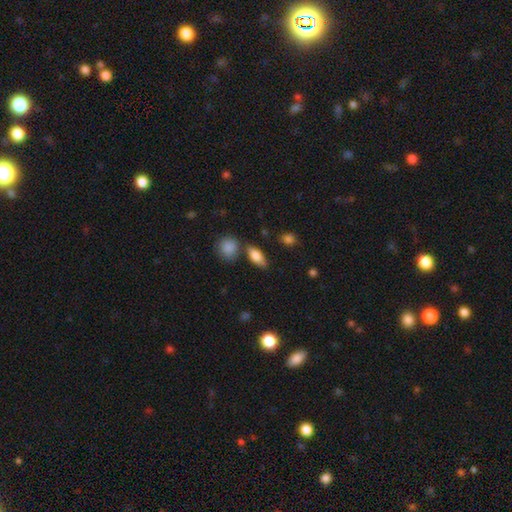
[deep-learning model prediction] A smooth galaxy with no disk features (78%) that is in between round and cigar-shaped (76%).

Vote fractions:
- Smooth or featured? smooth: 78% / featured or disk: 14% / star or artifact: 7%
- How rounded? in between: 76% / cigar-shaped: 17% / round: 7%
- Merging? none: 70% / minor disturbance: 16% / merger: 10% / major disturbance: 4%